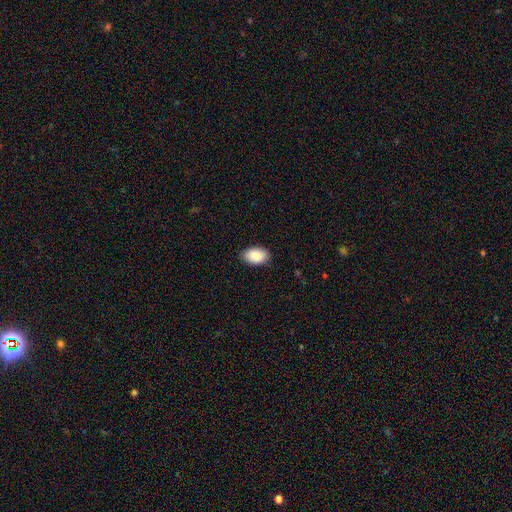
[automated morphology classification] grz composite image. It shows a smooth galaxy with no disk features (89%) that is in between round and cigar-shaped (92%). Merging: none (86%).